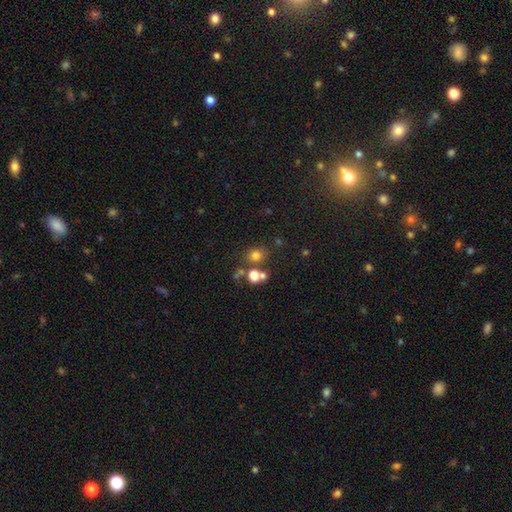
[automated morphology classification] Smooth or featured: smooth — 73% (star or artifact — 18%)
How rounded: round — 75% (in between — 24%)
Merging: none — 66% (merger — 20%)